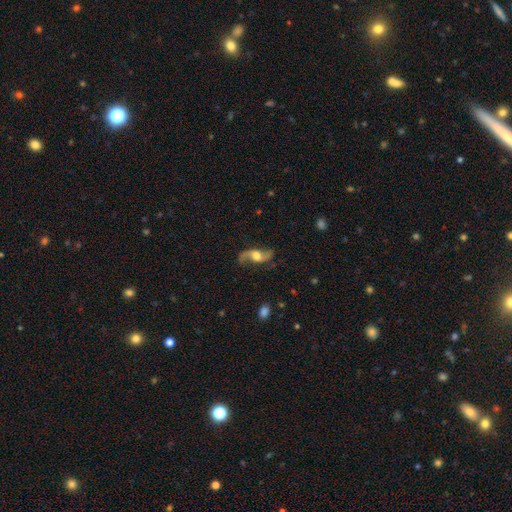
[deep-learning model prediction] Smooth or featured? Predicted: featured or disk (p=0.84). Edge-on disk? Predicted: no (p=0.91). Bar? Predicted: no (p=0.55). Spiral arms? Predicted: yes (p=0.95). Spiral winding? Predicted: loose (p=0.83). Spiral arm count? Predicted: 2 (p=0.94). Bulge size? Predicted: moderate (p=0.55). Merging? Predicted: none (p=0.79).